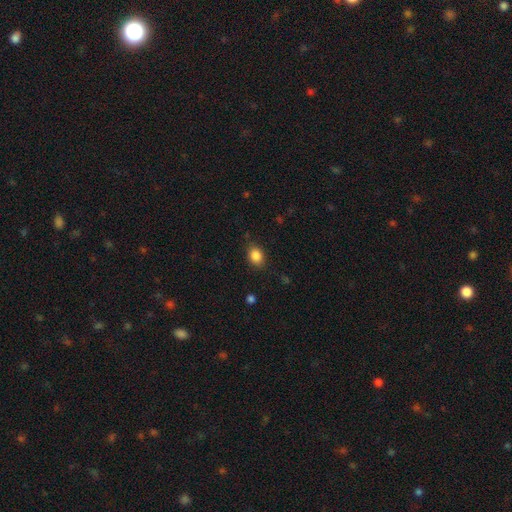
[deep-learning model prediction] This appears to be a smooth galaxy with no disk features (86%) that is in between round and cigar-shaped (60%). Merging: none (83%).